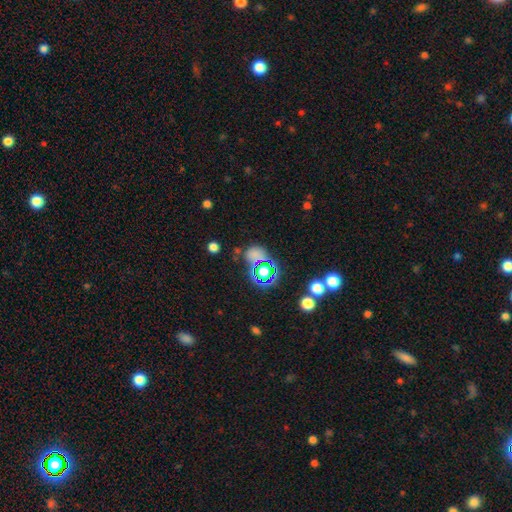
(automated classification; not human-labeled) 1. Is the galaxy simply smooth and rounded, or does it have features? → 51% smooth, 39% star or artifact, 9% featured or disk.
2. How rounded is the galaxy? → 67% round, 31% in between, 2% cigar-shaped.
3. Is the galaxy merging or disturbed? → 66% none, 14% minor disturbance, 12% merger, 8% major disturbance.